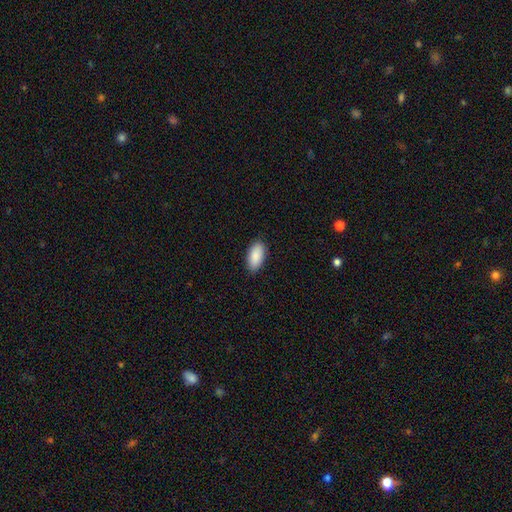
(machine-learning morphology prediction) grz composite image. It shows a smooth galaxy with no disk features (90%) that is in between round and cigar-shaped (94%). Merging: none (89%).